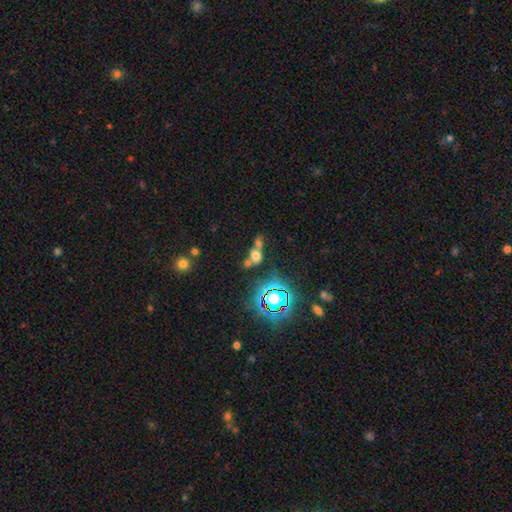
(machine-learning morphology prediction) The model was most divided on "how rounded": in between: 52%, round: 44%, cigar-shaped: 4%. More confident: smooth or featured — smooth (56%); merging — merger (52%).